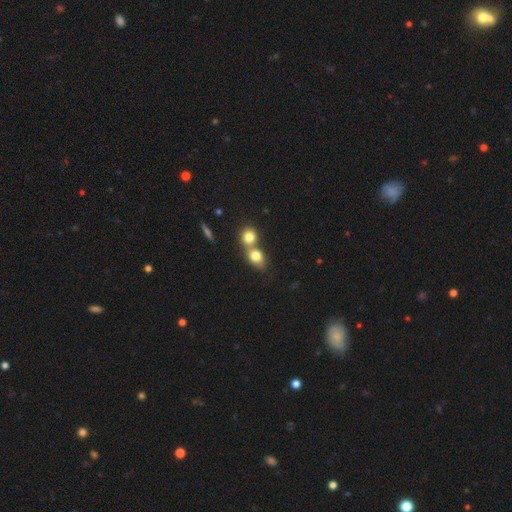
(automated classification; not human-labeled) Morphology: type=smooth (78%); roundness=round (51%); merging=merger (60%).